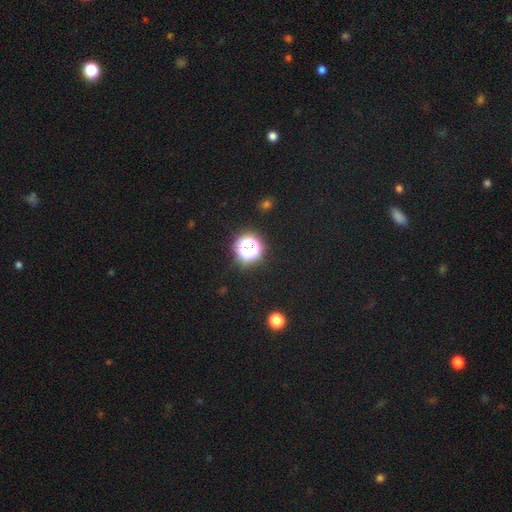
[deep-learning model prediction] smooth_or_featured: star or artifact (p=0.67) [alt: smooth p=0.26]